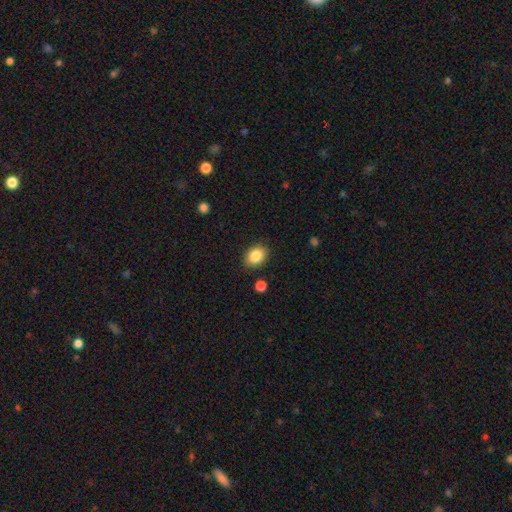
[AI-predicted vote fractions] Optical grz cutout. It shows a smooth galaxy with no disk features (86%) that is in between round and cigar-shaped (62%). Merging: none (86%).